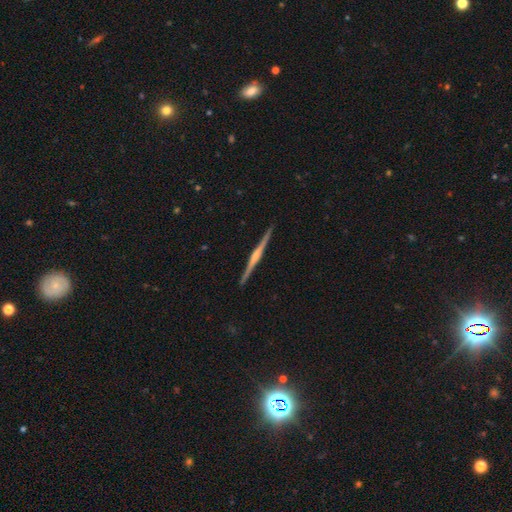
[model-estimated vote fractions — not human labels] This is clearly a featured or disk galaxy (82%). It is clearly viewed edge-on (99%). Edge-on bulge: likely rounded (66%). Merging: clearly none (92%).